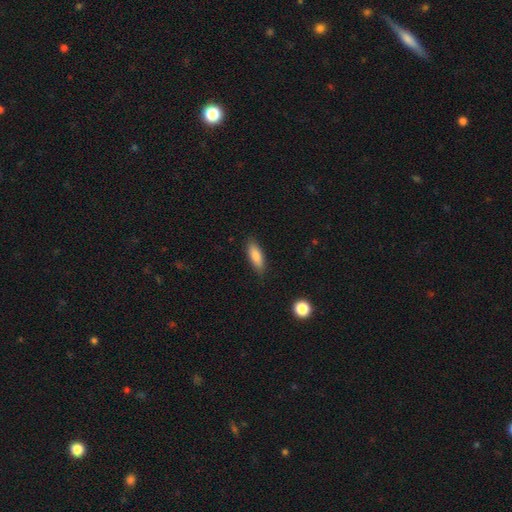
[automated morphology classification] Q: Smooth or featured?
A: smooth (84%); runner-up: featured or disk (9%)
Q: How rounded?
A: in between (62%); runner-up: cigar-shaped (36%)
Q: Merging?
A: none (85%); runner-up: minor disturbance (11%)